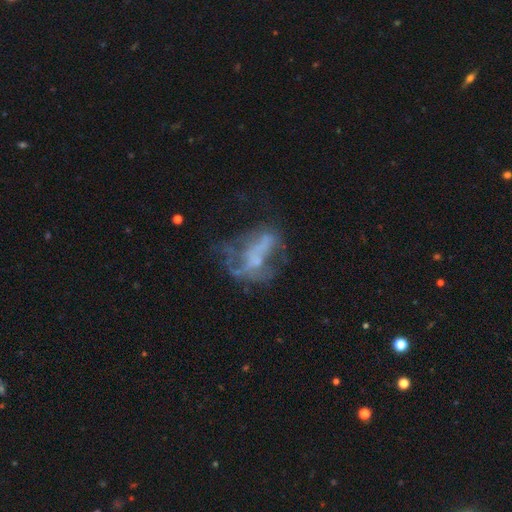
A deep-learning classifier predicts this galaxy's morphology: smooth_or_featured: featured or disk (p=0.63) [alt: smooth p=0.21]
disk_edge_on: no (p=0.95) [alt: yes p=0.05]
bar: no (p=0.71) [alt: weak p=0.20]
has_spiral_arms: no (p=0.77) [alt: yes p=0.23]
bulge_size: none (p=0.46) [alt: small p=0.35]
merging: major disturbance (p=0.39) [alt: none p=0.35]